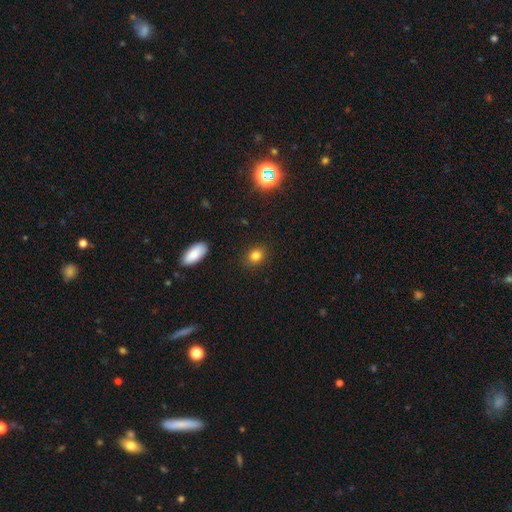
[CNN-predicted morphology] A smooth galaxy with no disk features (82%) that is round (58%). Merging: none (88%).